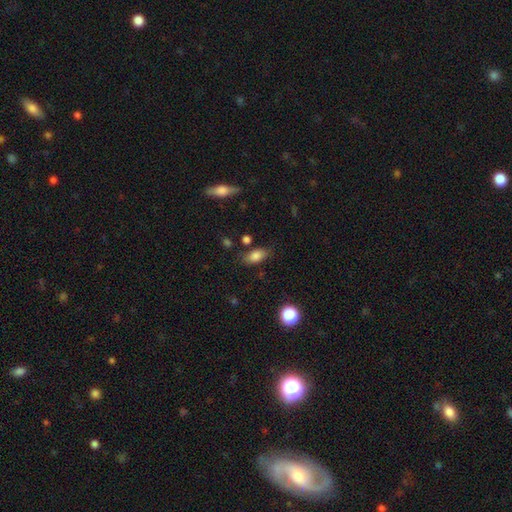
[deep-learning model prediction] Smooth or featured? Predicted: smooth (p=0.80). How rounded? Predicted: in between (p=0.87). Merging? Predicted: none (p=0.77).